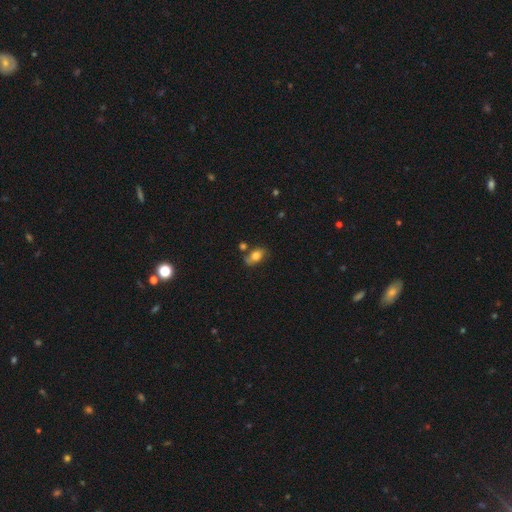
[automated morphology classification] Overall: smooth (74%). How rounded: in between (85%). Merging: none (59%; minor disturbance 21%).